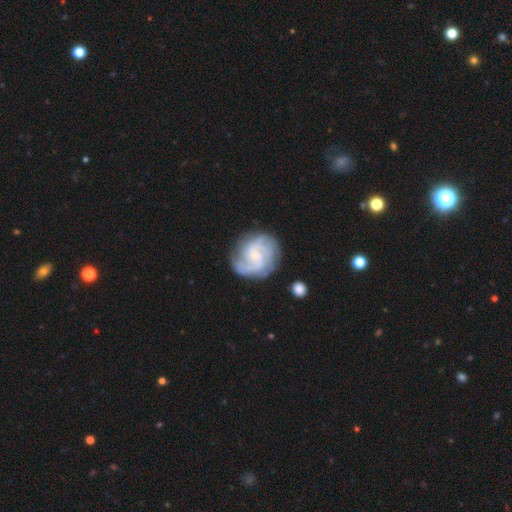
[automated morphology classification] smooth_or_featured: featured or disk (p=0.84) [alt: smooth p=0.11]
disk_edge_on: no (p=0.98) [alt: yes p=0.02]
bar: no (p=0.54) [alt: weak p=0.40]
has_spiral_arms: yes (p=0.97) [alt: no p=0.03]
spiral_winding: medium (p=0.46) [alt: tight p=0.38]
spiral_arm_count: 2 (p=0.40) [alt: 3 p=0.24]
bulge_size: small (p=0.73) [alt: moderate p=0.18]
merging: none (p=0.76) [alt: minor disturbance p=0.15]